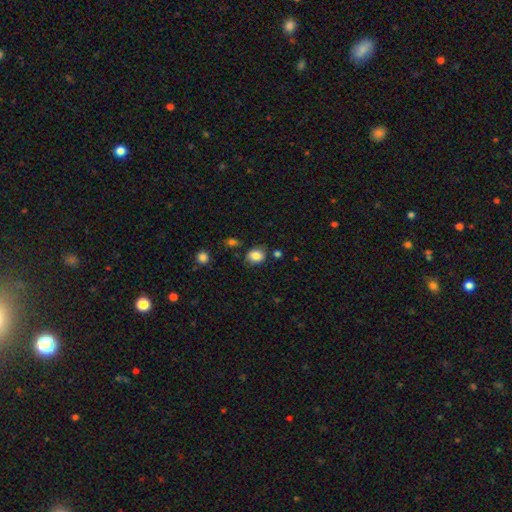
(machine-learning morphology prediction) type=smooth (83%); roundness=in between (50%); merging=none (73%).